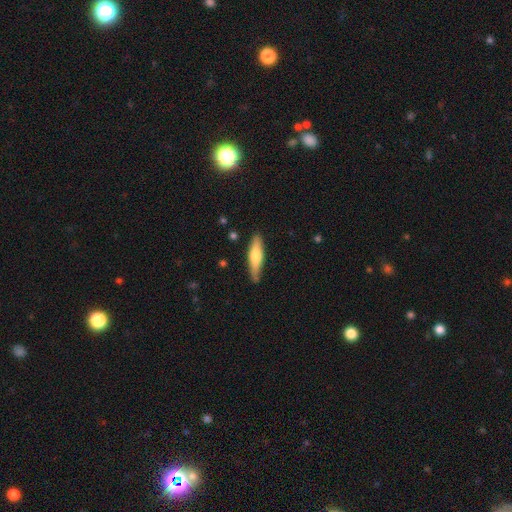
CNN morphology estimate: This is possibly a smooth galaxy (58%). How rounded: likely cigar-shaped (73%). Merging: clearly none (83%).